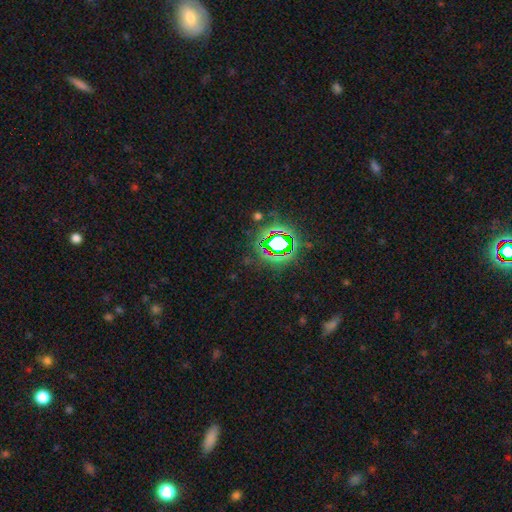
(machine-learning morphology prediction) Overall: star or artifact (80%).